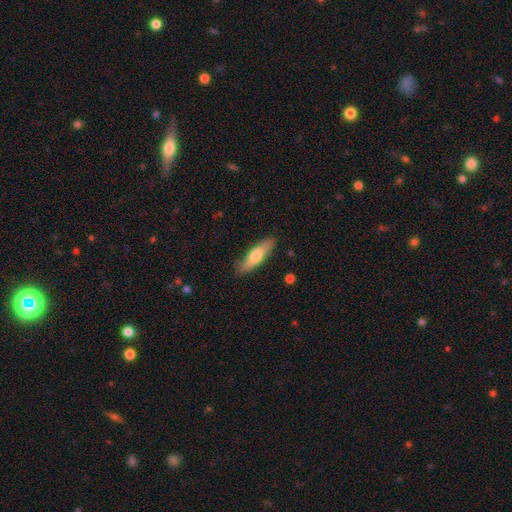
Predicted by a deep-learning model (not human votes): A smooth galaxy with no disk features (70%) that is cigar-shaped (61%). Merging: none (83%).